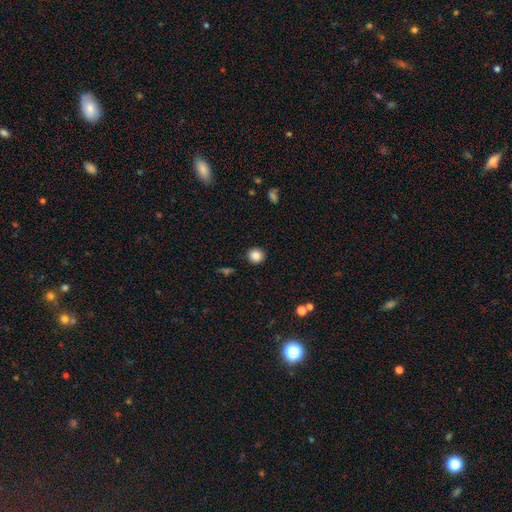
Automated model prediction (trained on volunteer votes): A smooth galaxy with no disk features (85%) that is round (92%).

Vote fractions:
- Smooth or featured? smooth: 85% / star or artifact: 10% / featured or disk: 5%
- How rounded? round: 92% / in between: 7% / cigar-shaped: 1%
- Merging? none: 92% / minor disturbance: 5% / major disturbance: 2% / merger: 1%